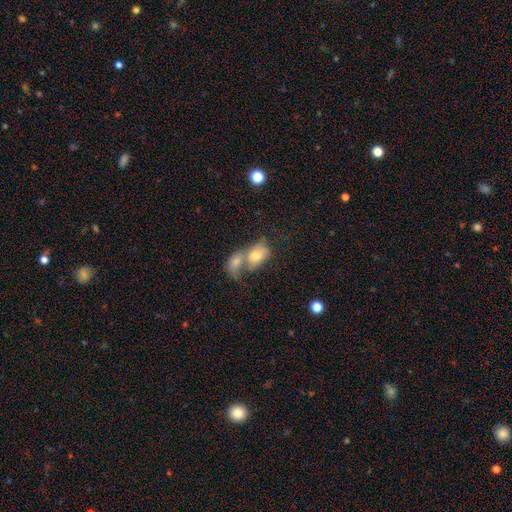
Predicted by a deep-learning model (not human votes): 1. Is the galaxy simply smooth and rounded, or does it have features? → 66% smooth, 25% featured or disk, 9% star or artifact.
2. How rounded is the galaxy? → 77% in between, 21% round, 2% cigar-shaped.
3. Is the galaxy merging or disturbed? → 73% merger, 15% none, 7% minor disturbance, 6% major disturbance.